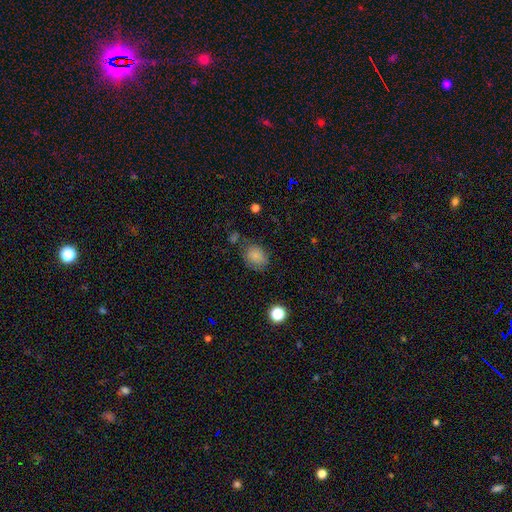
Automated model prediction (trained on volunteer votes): smooth-or-featured: smooth: 82% | star or artifact: 11% | featured or disk: 7%
  how-rounded: in between: 59% | round: 40% | cigar-shaped: 1%
  merging: none: 66% | minor disturbance: 21% | major disturbance: 7% | merger: 6%